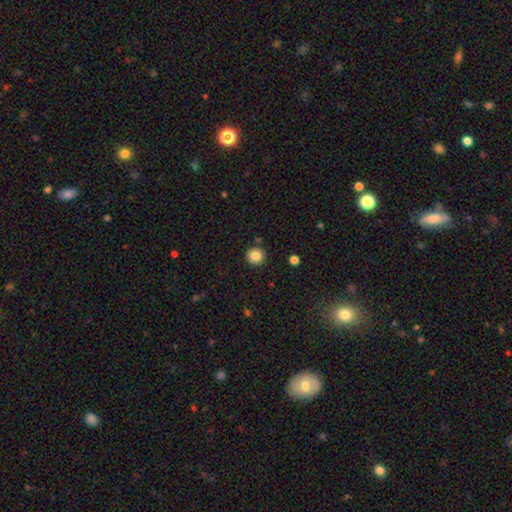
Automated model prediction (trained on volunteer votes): smooth_or_featured: smooth (p=0.86) [alt: star or artifact p=0.10]
how_rounded: round (p=0.93) [alt: in between p=0.06]
merging: none (p=0.89) [alt: minor disturbance p=0.06]